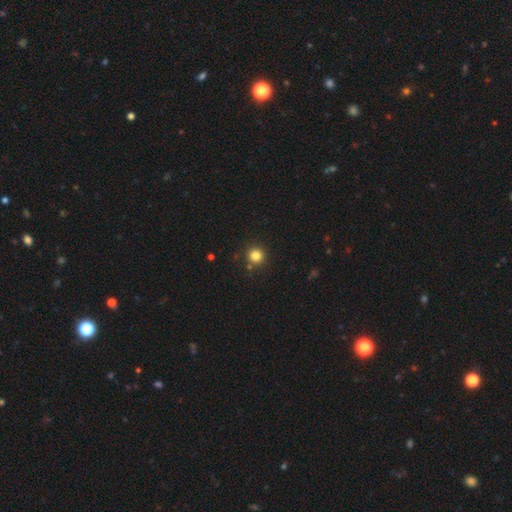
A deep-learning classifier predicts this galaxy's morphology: Smooth or featured?
  - smooth: 83% *
  - star or artifact: 13%
  - featured or disk: 5%
How rounded?
  - round: 94% *
  - in between: 5%
  - cigar-shaped: 1%
Merging?
  - none: 87% *
  - minor disturbance: 7%
  - merger: 4%
  - major disturbance: 2%